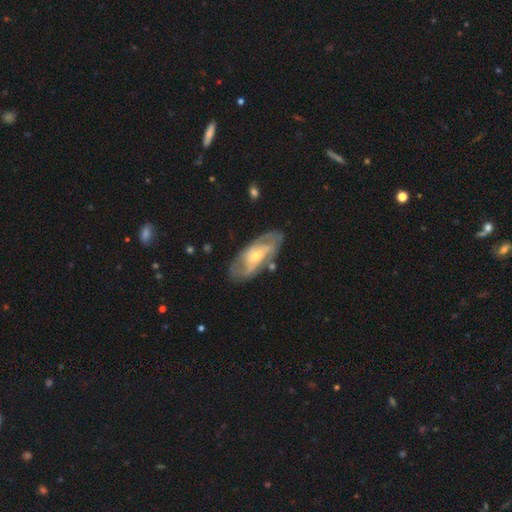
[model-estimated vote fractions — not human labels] This appears to be a featured or disk galaxy (78%) with no bar (50%), 2 (56%) medium (43%) spiral arms (88%) and a small central bulge (55%). Merging: none (71%).